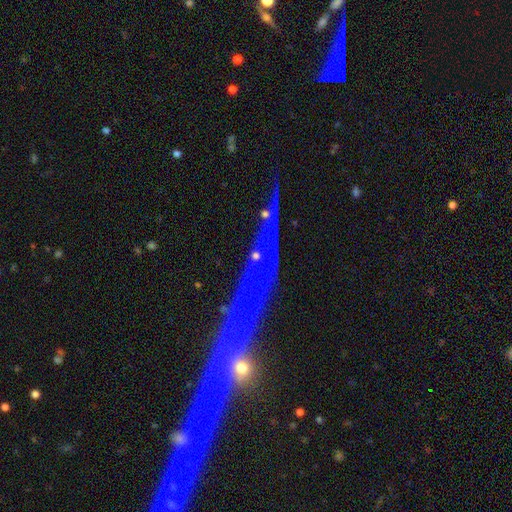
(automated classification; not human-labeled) smooth_or_featured: star or artifact (p=0.53) [alt: featured or disk p=0.31]